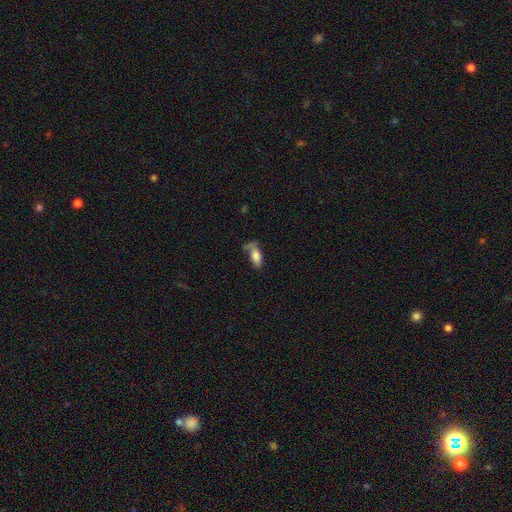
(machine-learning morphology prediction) Smooth or featured: smooth — 76% (featured or disk — 16%)
How rounded: in between — 84% (cigar-shaped — 12%)
Merging: none — 39% (minor disturbance — 27%)